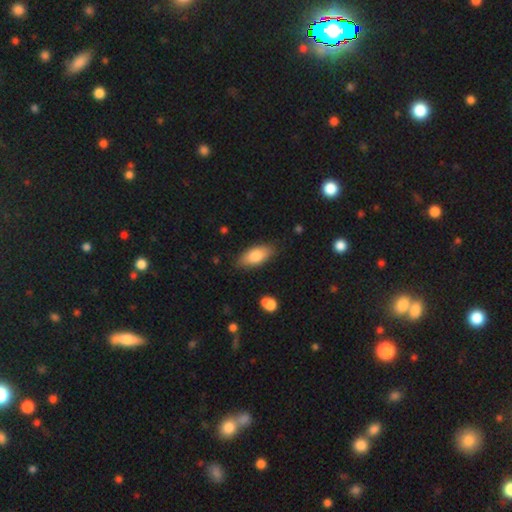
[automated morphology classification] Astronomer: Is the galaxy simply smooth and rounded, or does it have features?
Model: smooth — 80%.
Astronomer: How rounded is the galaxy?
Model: in between — 86%.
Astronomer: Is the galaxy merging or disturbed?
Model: none — 84%.